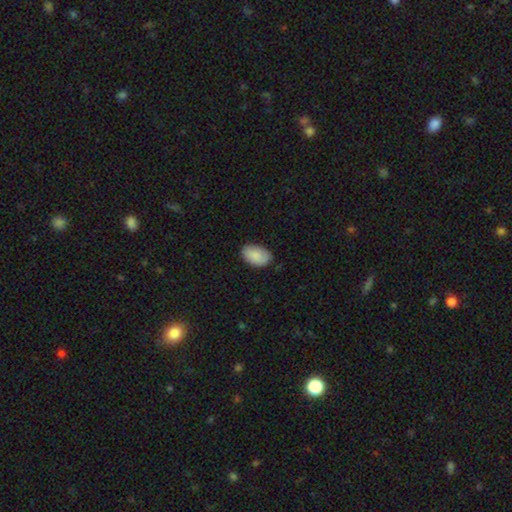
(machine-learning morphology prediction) type=smooth (87%); roundness=in between (91%); merging=none (77%).